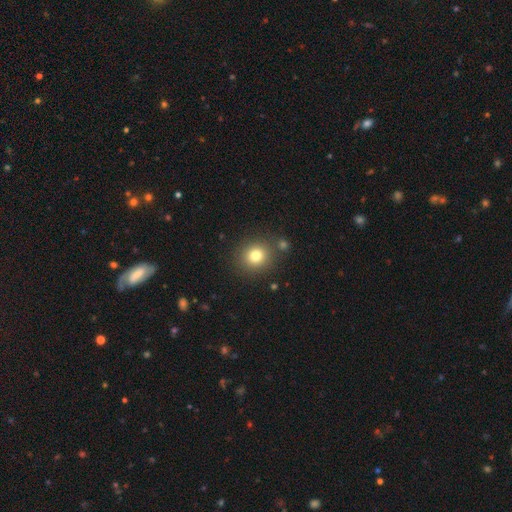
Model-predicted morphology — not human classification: Smooth or featured? smooth (79%)
How rounded? round (84%)
Merging? none (82%)